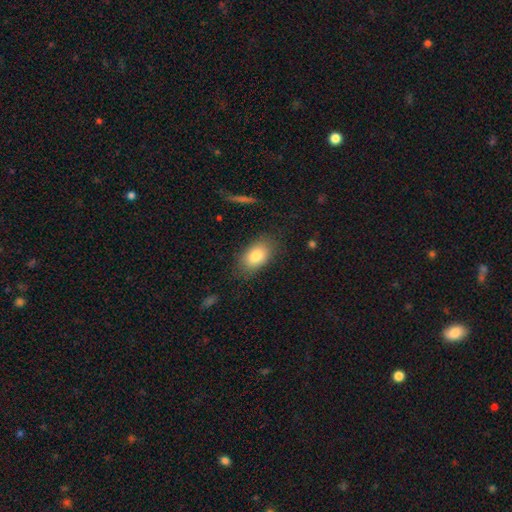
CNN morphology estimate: Smooth or featured?
  - smooth: 81% *
  - featured or disk: 11%
  - star or artifact: 8%
How rounded?
  - in between: 88% *
  - round: 10%
  - cigar-shaped: 2%
Merging?
  - none: 81% *
  - minor disturbance: 14%
  - major disturbance: 4%
  - merger: 1%